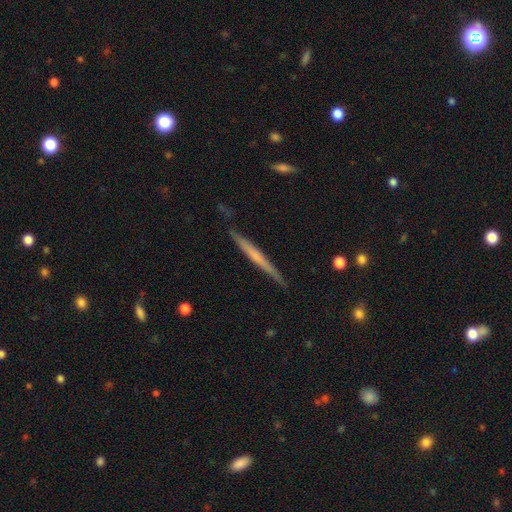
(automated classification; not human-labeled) smooth-or-featured: featured or disk: 55% | smooth: 40% | star or artifact: 6%
  disk-edge-on: yes: 97% | no: 3%
    edge-on-bulge: none: 73% | rounded: 19% | boxy: 8%
  merging: none: 87% | minor disturbance: 10% | major disturbance: 2% | merger: 1%